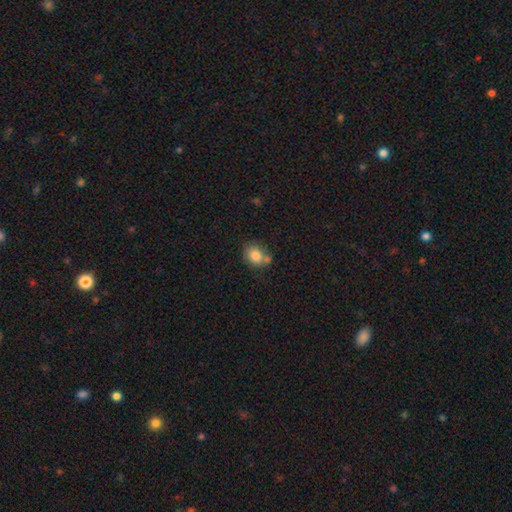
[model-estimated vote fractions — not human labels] smooth 81%, featured or disk 11%, star or artifact 9%. Down the decision tree: how rounded — round (56%); merging — none (55%).